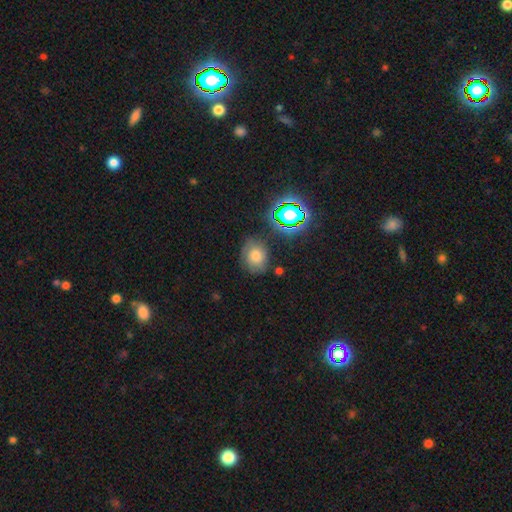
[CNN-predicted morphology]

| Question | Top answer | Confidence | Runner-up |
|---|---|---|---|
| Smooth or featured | smooth | 67% | star or artifact (19%) |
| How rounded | round | 54% | in between (45%) |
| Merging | none | 72% | minor disturbance (18%) |